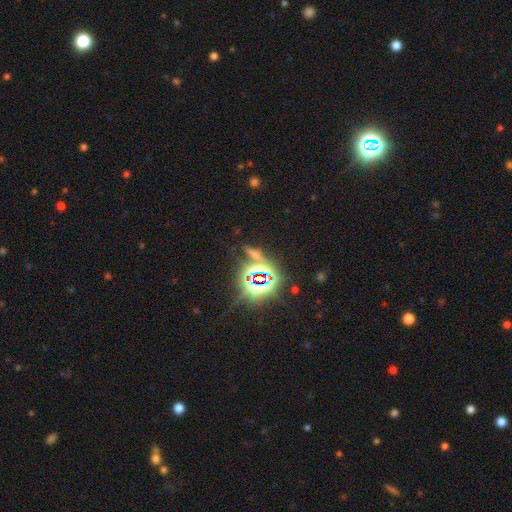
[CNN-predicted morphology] Smooth or featured? star or artifact (66%)